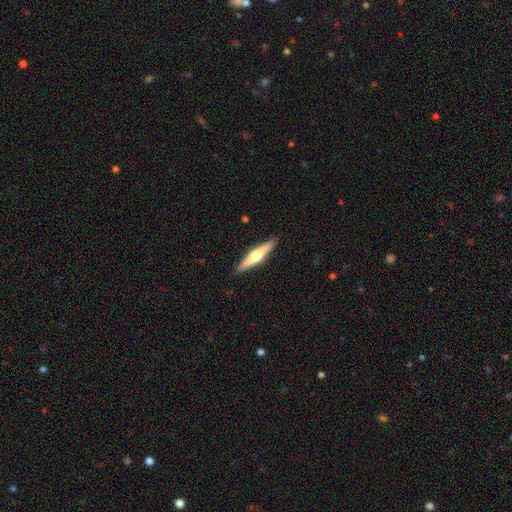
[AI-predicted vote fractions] Smooth or featured? Predicted: featured or disk (p=0.64). Edge-on disk? Predicted: yes (p=0.98). Edge-on bulge? Predicted: rounded (p=0.93). Merging? Predicted: none (p=0.91).